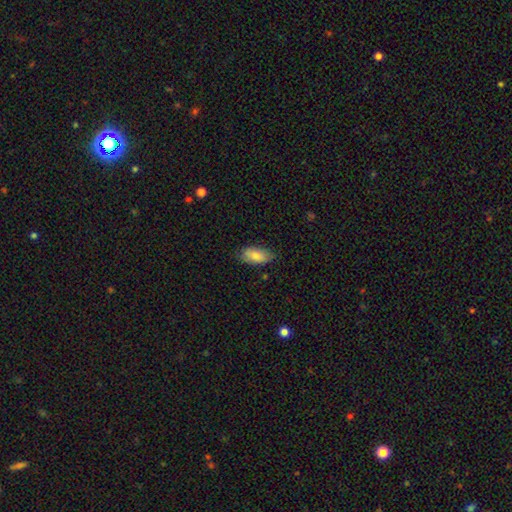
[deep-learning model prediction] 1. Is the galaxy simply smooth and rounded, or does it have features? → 83% smooth, 11% featured or disk, 6% star or artifact.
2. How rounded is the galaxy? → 92% in between, 6% cigar-shaped, 3% round.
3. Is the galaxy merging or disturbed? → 77% none, 18% minor disturbance, 3% major disturbance, 1% merger.